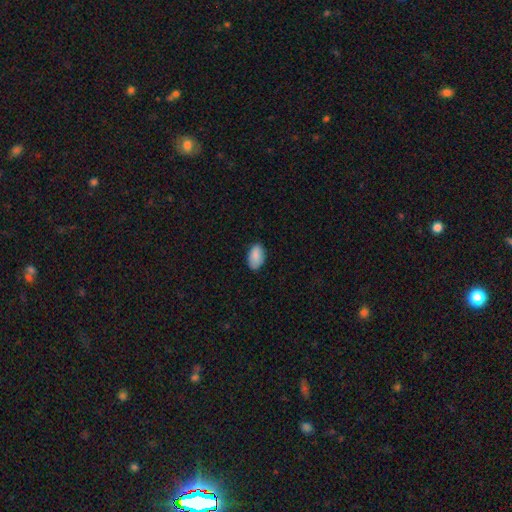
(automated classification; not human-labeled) Smooth or featured: smooth — 89% (star or artifact — 7%)
How rounded: in between — 94% (round — 5%)
Merging: none — 82% (minor disturbance — 14%)